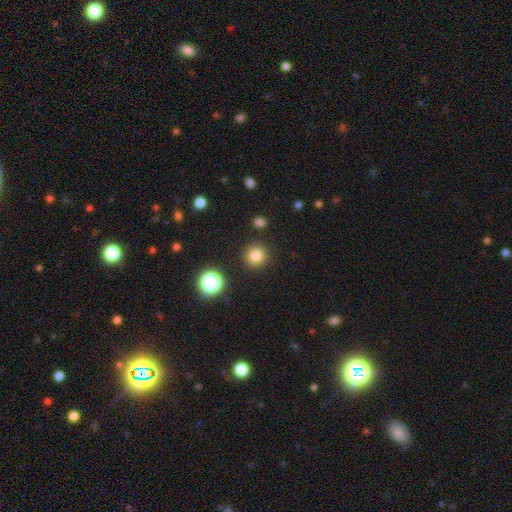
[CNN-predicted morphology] Smooth or featured: smooth — 81% (star or artifact — 14%)
How rounded: round — 95% (in between — 4%)
Merging: none — 90% (minor disturbance — 6%)